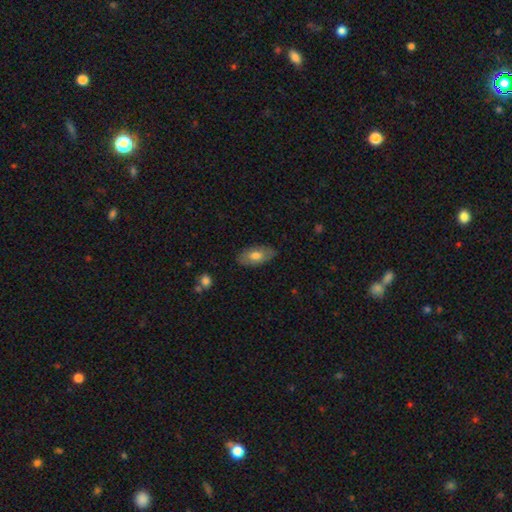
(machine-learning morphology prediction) Overall: smooth (68%). How rounded: in between (92%). Merging: none (81%).